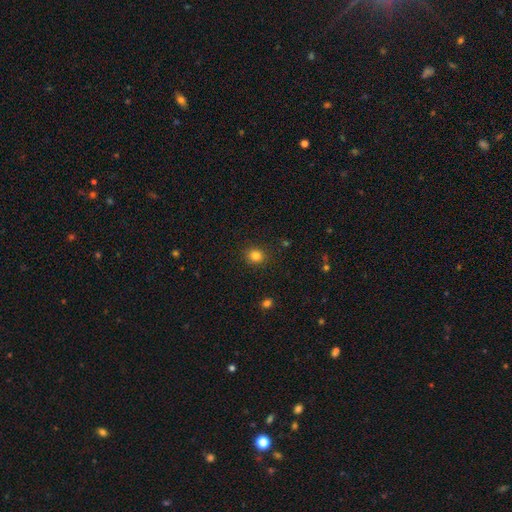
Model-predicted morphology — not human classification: Smooth or featured?
  - smooth: 83% *
  - star or artifact: 12%
  - featured or disk: 5%
How rounded?
  - round: 79% *
  - in between: 20%
  - cigar-shaped: 1%
Merging?
  - none: 89% *
  - minor disturbance: 7%
  - major disturbance: 2%
  - merger: 1%